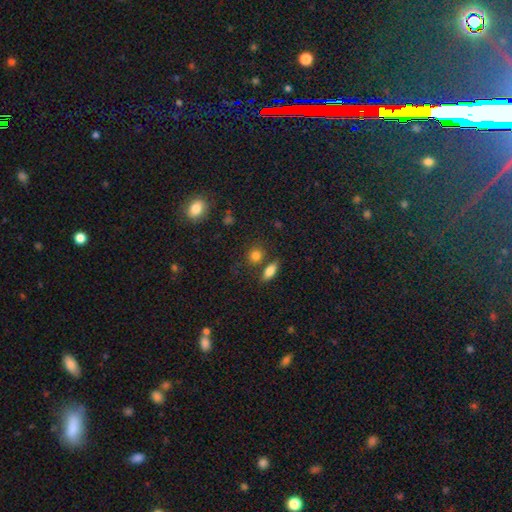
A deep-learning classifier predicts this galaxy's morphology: Q: Smooth or featured?
A: smooth (83%); runner-up: star or artifact (11%)
Q: How rounded?
A: round (63%); runner-up: in between (33%)
Q: Merging?
A: none (71%); runner-up: merger (14%)